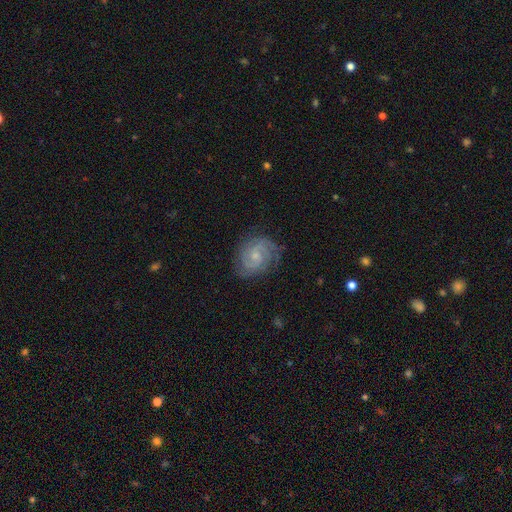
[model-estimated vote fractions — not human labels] A featured or disk galaxy (85%) with no bar (54%), 2 (66%) tight (57%) spiral arms (97%) and a small central bulge (65%). Merging: none (79%).